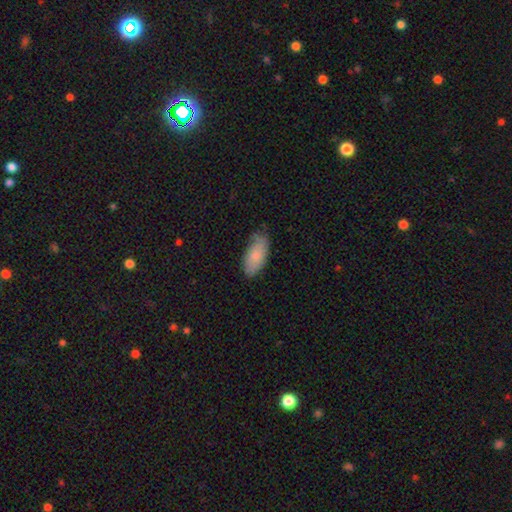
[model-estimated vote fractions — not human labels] The model was most divided on "merging": none: 72%, minor disturbance: 23%, major disturbance: 4%, merger: 1%. More confident: how rounded — in between (91%); smooth or featured — smooth (80%).